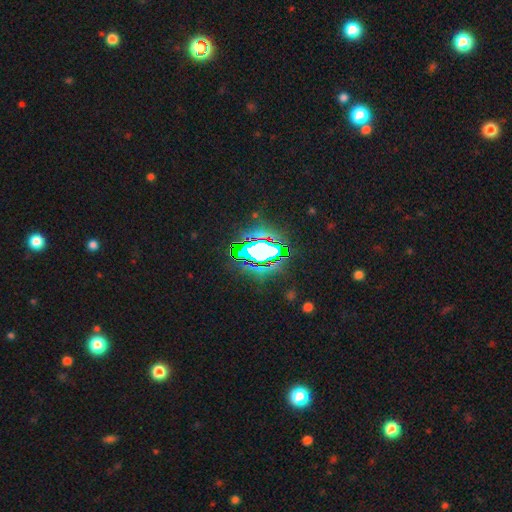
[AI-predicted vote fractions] star or artifact 72%, smooth 15%, featured or disk 13%.